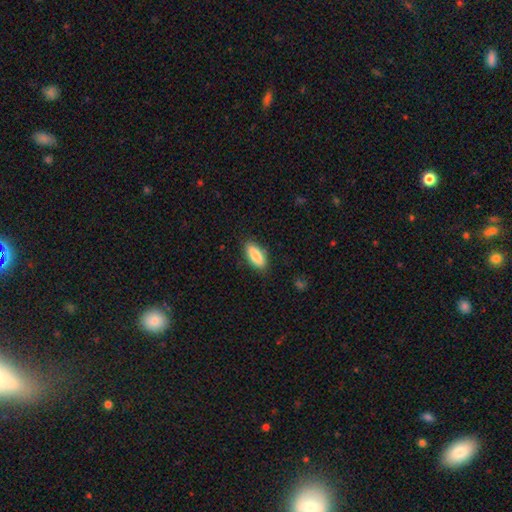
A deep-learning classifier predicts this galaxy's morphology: Overall: smooth (86%). How rounded: in between (74%). Merging: none (84%).